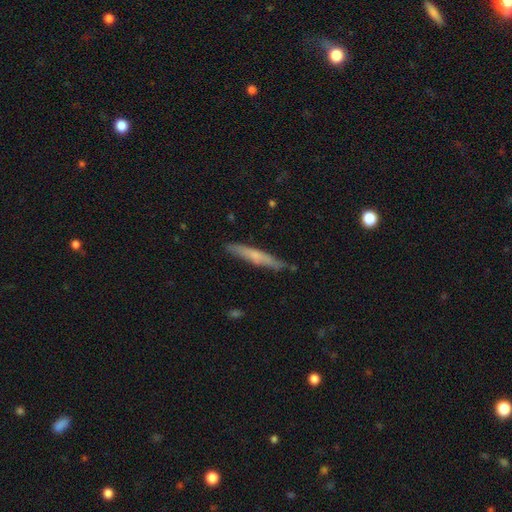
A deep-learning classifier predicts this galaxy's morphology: This appears to be a smooth galaxy with no disk features (55%) that is cigar-shaped (94%). Merging: none (84%).